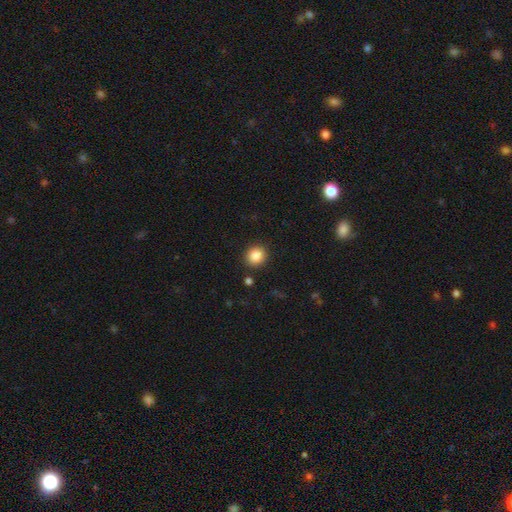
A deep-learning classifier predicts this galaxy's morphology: type=smooth (86%); roundness=round (86%); merging=none (89%).